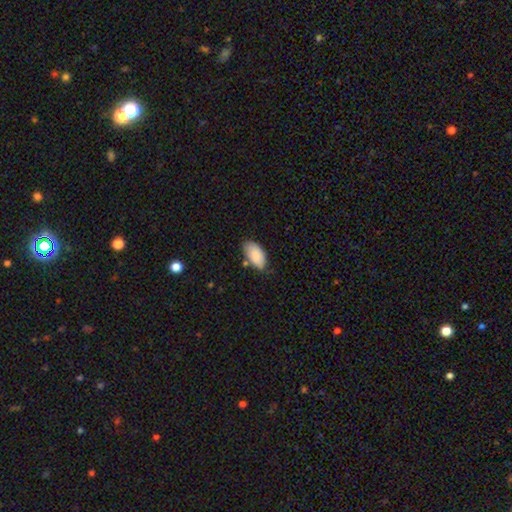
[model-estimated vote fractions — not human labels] Overall: smooth (87%). How rounded: in between (95%). Merging: none (68%).